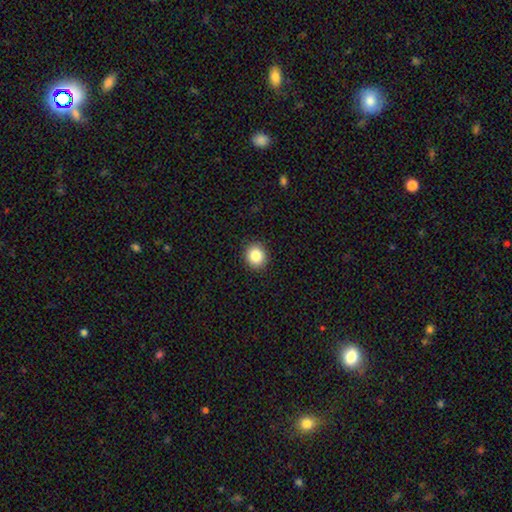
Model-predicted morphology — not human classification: A smooth galaxy with no disk features (85%) that is round (82%).

Vote fractions:
- Smooth or featured? smooth: 85% / star or artifact: 10% / featured or disk: 5%
- How rounded? round: 82% / in between: 17% / cigar-shaped: 1%
- Merging? none: 92% / minor disturbance: 6% / major disturbance: 2% / merger: 1%